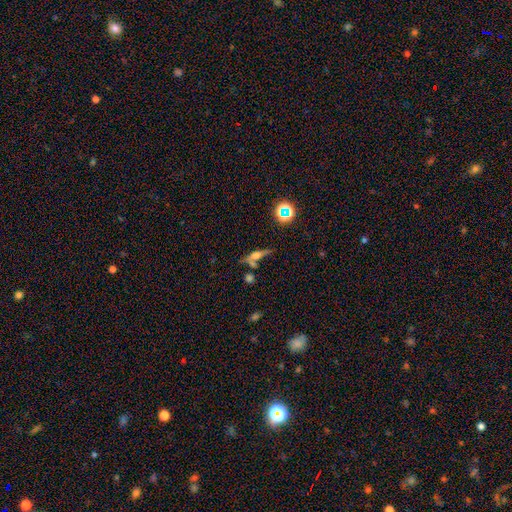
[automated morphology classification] Overall: featured or disk (56%; smooth 27%). Edge-on disk: yes (87%). Merging: none (63%).